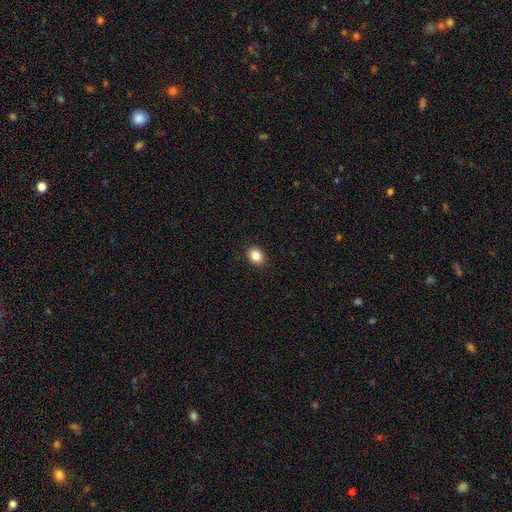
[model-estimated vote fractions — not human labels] A smooth galaxy with no disk features (86%) that is in between round and cigar-shaped (51%). Merging: none (91%).